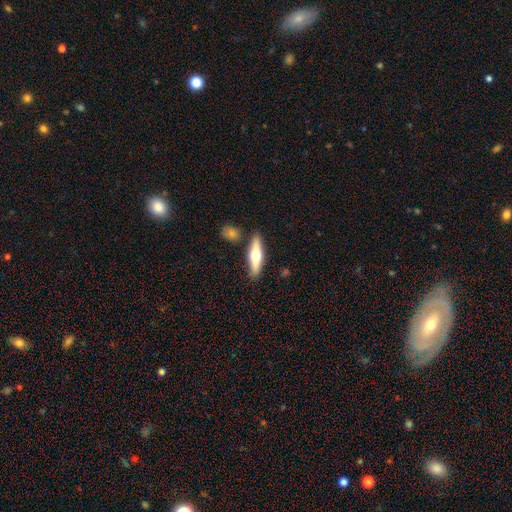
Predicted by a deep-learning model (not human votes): Smooth or featured? featured or disk (50%)
Merging? none (83%)